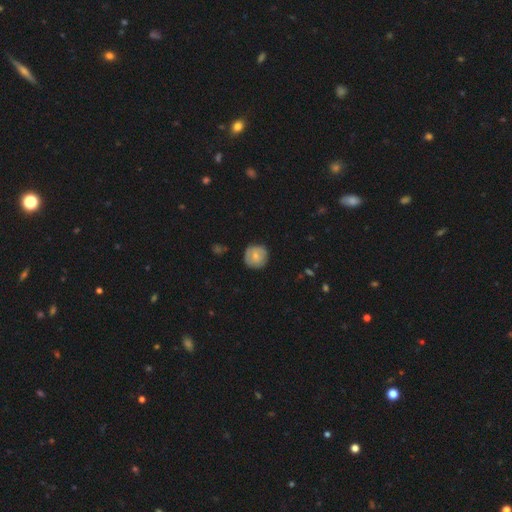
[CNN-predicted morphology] Smooth or featured? smooth (66%)
How rounded? round (92%)
Merging? none (81%)